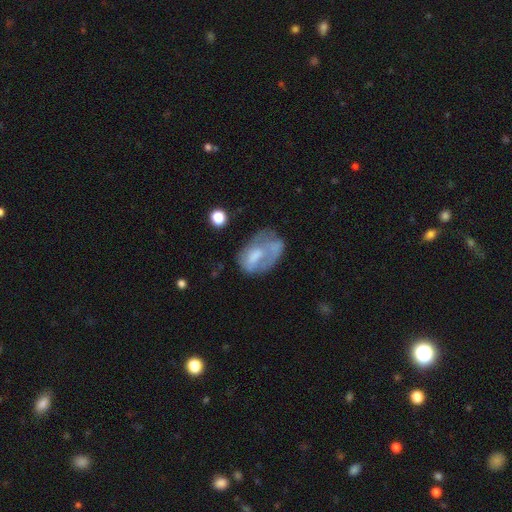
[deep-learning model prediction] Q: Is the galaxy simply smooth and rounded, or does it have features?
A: smooth — 46%.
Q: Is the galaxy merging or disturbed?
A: none — 34%.